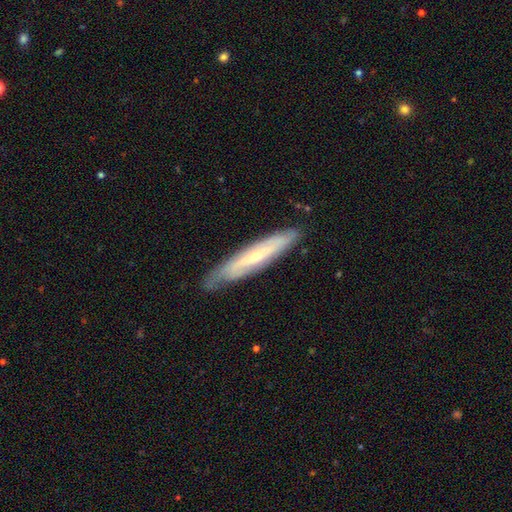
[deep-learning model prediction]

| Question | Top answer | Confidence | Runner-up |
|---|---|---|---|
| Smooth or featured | featured or disk | 63% | smooth (31%) |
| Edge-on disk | yes | 60% | no (40%) |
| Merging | none | 78% | minor disturbance (18%) |